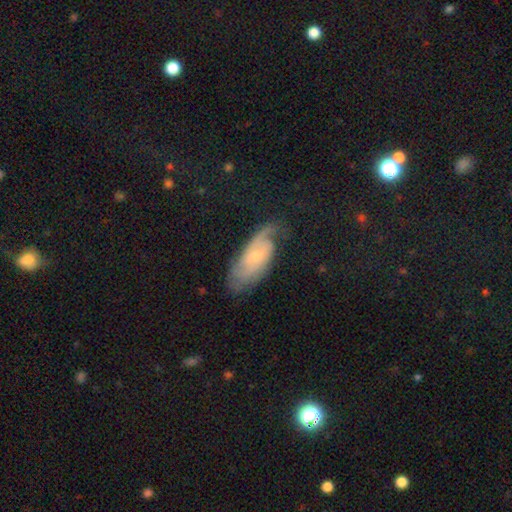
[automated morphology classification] Smooth or featured? Predicted: featured or disk (p=0.72). Edge-on disk? Predicted: no (p=0.92). Bar? Predicted: no (p=0.62). Spiral arms? Predicted: yes (p=0.92). Spiral winding? Predicted: tight (p=0.42). Spiral arm count? Predicted: 2 (p=0.49). Bulge size? Predicted: small (p=0.70). Merging? Predicted: none (p=0.65).